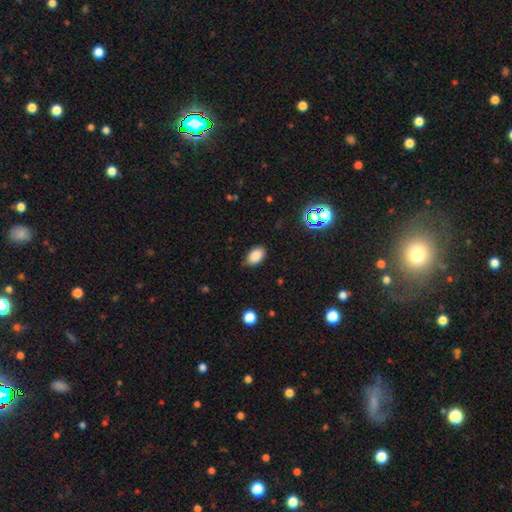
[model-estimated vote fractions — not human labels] smooth-or-featured: smooth: 85% | star or artifact: 10% | featured or disk: 5%
  how-rounded: in between: 89% | round: 9% | cigar-shaped: 1%
  merging: none: 78% | minor disturbance: 18% | major disturbance: 3% | merger: 1%